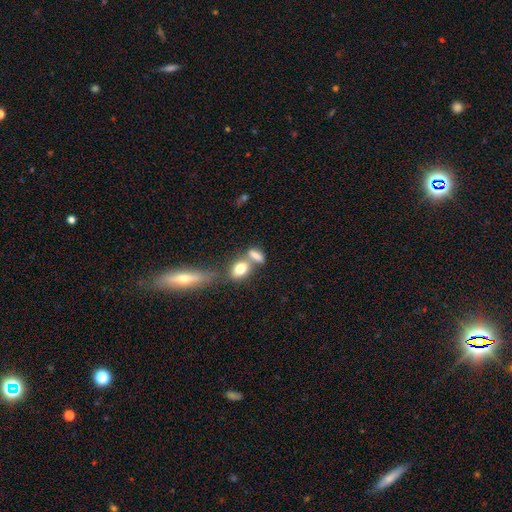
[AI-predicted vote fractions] Smooth or featured? smooth (76%)
How rounded? in between (77%)
Merging? merger (43%)